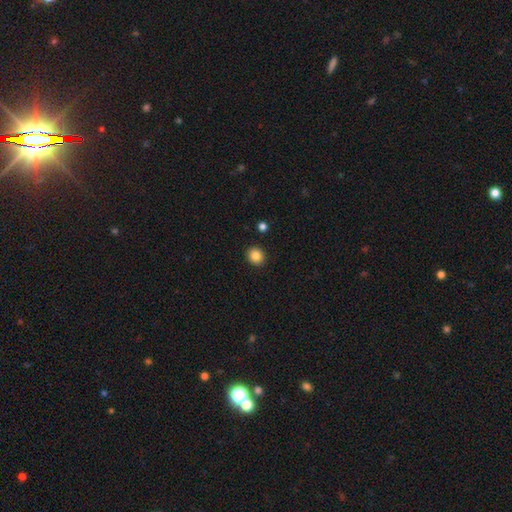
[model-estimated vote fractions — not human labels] Morphology: type=smooth (85%); roundness=round (84%); merging=none (92%).